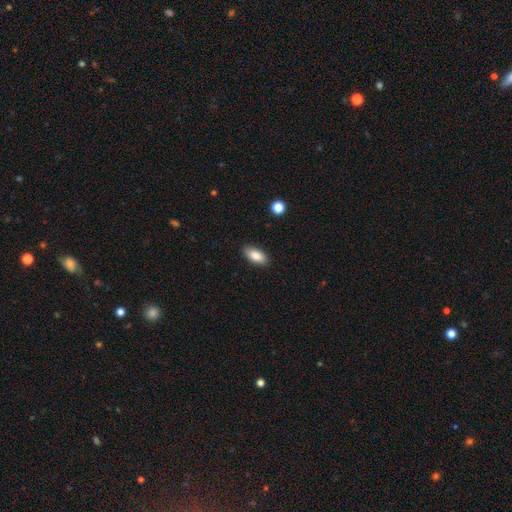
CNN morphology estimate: This appears to be a smooth galaxy with no disk features (86%) that is in between round and cigar-shaped (91%). Merging: none (88%).